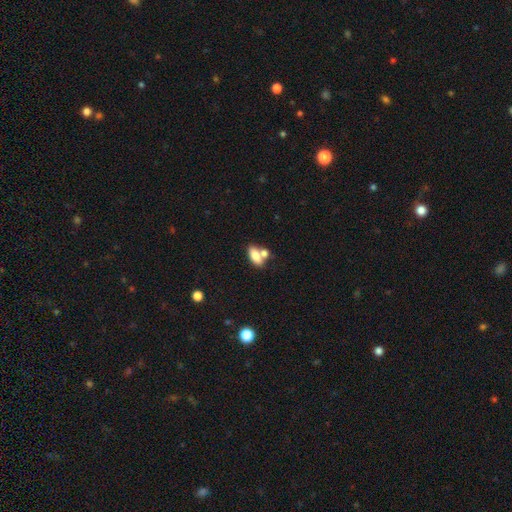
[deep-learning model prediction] Smooth or featured?
  - smooth: 79% *
  - featured or disk: 13%
  - star or artifact: 8%
How rounded?
  - in between: 87% *
  - cigar-shaped: 7%
  - round: 6%
Merging?
  - none: 42% * (tied)
  - merger: 42% * (tied)
  - minor disturbance: 11%
  - major disturbance: 5%